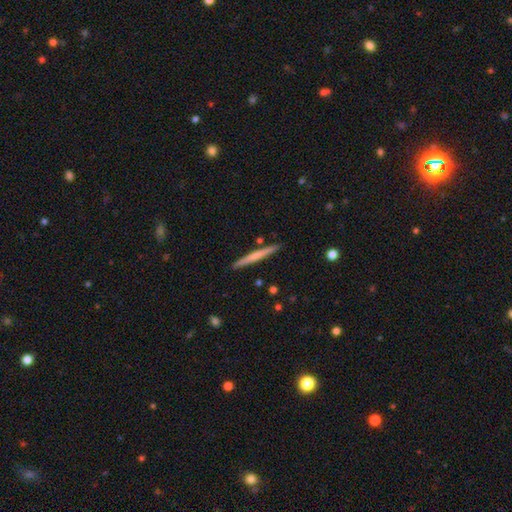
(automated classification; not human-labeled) Smooth or featured? smooth (52%)
How rounded? cigar-shaped (97%)
Merging? none (91%)